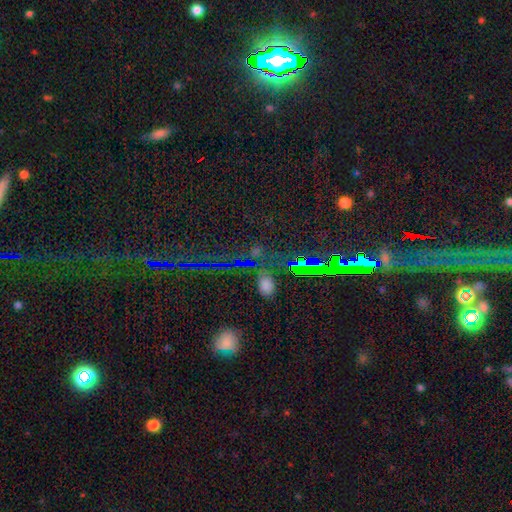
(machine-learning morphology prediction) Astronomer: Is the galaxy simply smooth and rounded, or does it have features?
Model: star or artifact — 77%.